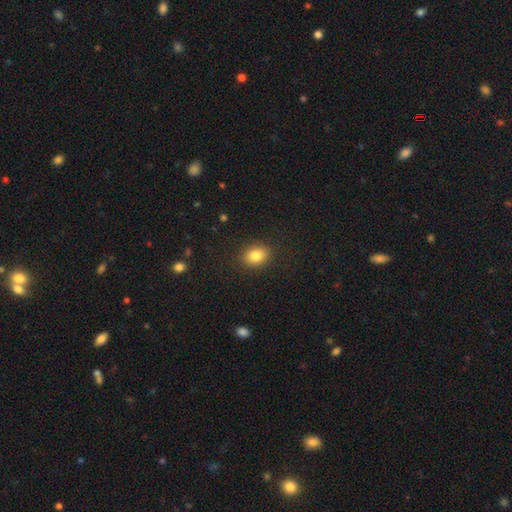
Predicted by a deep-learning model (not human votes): smooth-or-featured: smooth: 83% | star or artifact: 10% | featured or disk: 7%
  how-rounded: in between: 55% | round: 43% | cigar-shaped: 1%
  merging: none: 88% | minor disturbance: 8% | major disturbance: 3% | merger: 1%